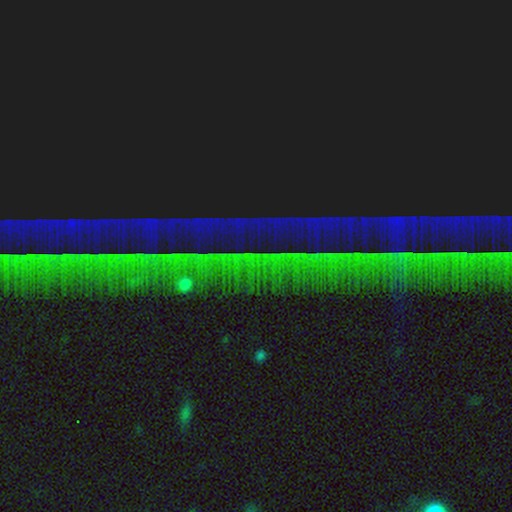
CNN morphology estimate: smooth-or-featured: star or artifact: 82% | featured or disk: 10% | smooth: 9%